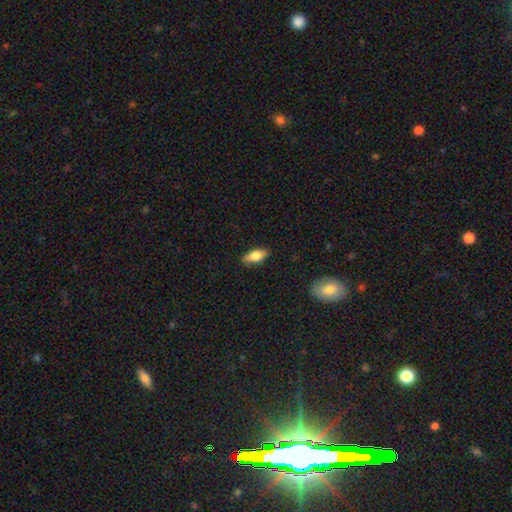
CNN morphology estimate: type=smooth (75%); roundness=in between (81%); merging=none (86%).